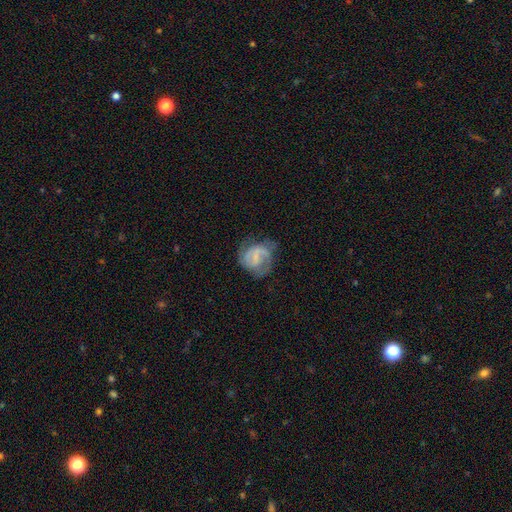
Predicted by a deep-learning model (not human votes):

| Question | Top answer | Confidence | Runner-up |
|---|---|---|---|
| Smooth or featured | featured or disk | 66% | smooth (27%) |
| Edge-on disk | no | 98% | yes (2%) |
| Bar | weak | 47% | no (31%) |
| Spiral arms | yes | 84% | no (16%) |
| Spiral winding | medium | 44% | tight (35%) |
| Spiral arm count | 2 | 61% | can't tell (17%) |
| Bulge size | none | 50% | small (33%) |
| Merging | none | 51% | minor disturbance (25%) |